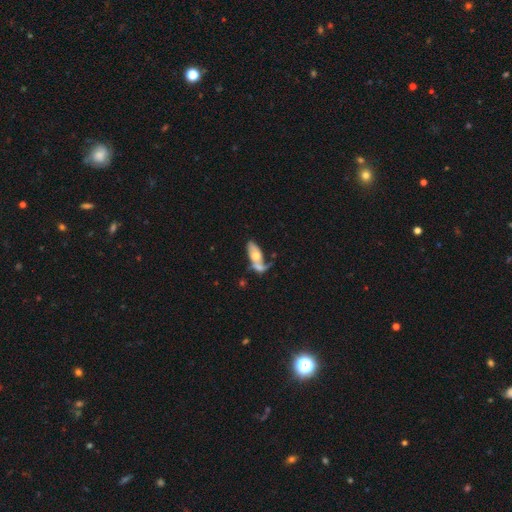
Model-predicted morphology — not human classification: A smooth galaxy with no disk features (50%). Merging: merger (49%).